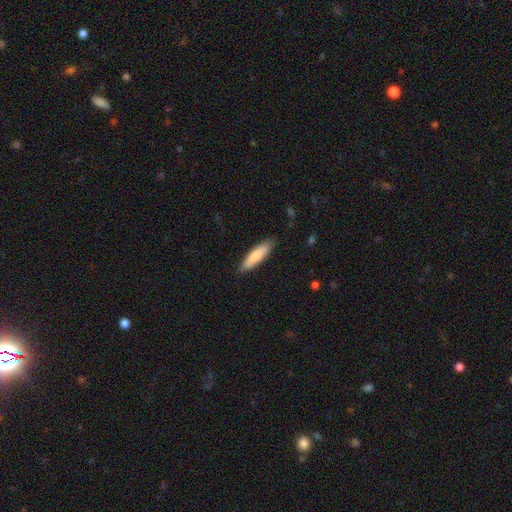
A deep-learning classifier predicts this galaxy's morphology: Smooth or featured: smooth — 80% (featured or disk — 14%)
How rounded: cigar-shaped — 62% (in between — 37%)
Merging: none — 85% (minor disturbance — 12%)